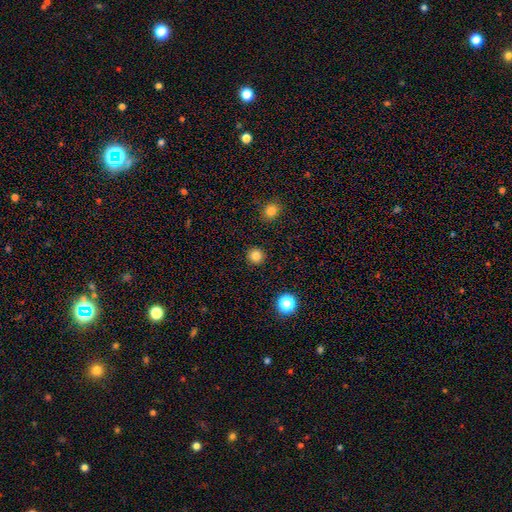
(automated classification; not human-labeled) Overall: smooth (82%). How rounded: round (94%). Merging: none (93%).